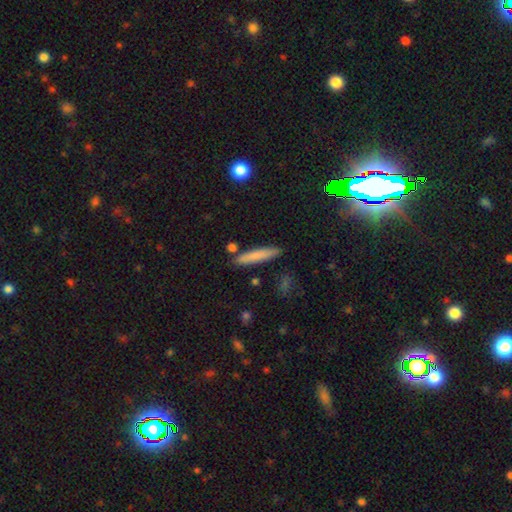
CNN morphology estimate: Overall: smooth (76%). How rounded: cigar-shaped (92%). Merging: none (84%).